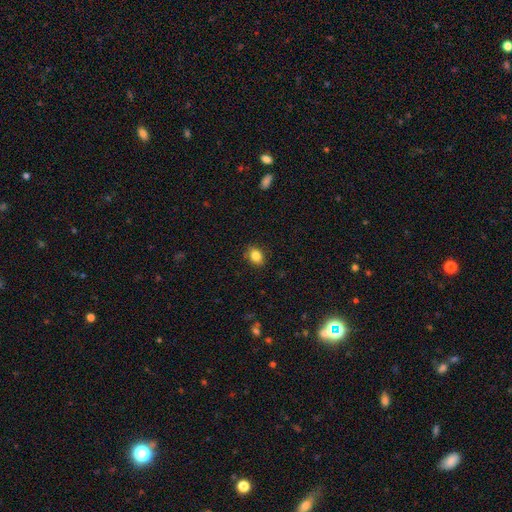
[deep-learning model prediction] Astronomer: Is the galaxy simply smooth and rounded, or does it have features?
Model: smooth — 84%.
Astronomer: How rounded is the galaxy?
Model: in between — 63%.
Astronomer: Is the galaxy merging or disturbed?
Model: none — 86%.